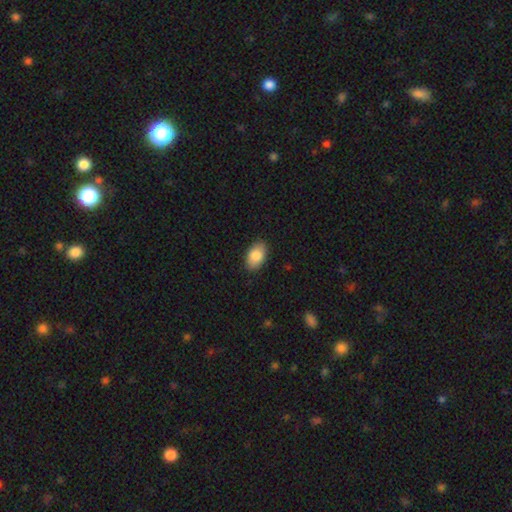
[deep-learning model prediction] Morphology: type=smooth (85%); roundness=in between (92%); merging=none (87%).